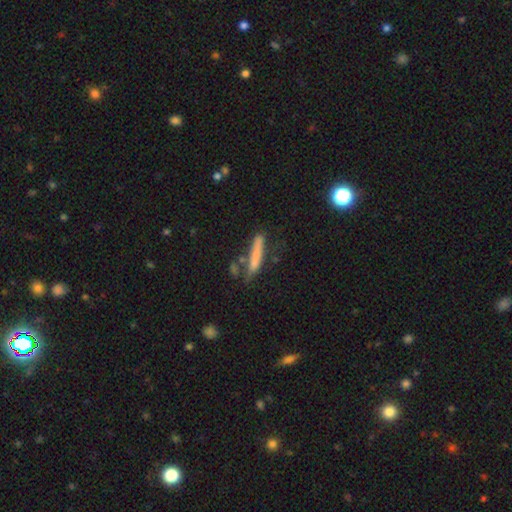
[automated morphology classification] A smooth galaxy with no disk features (70%) that is cigar-shaped (92%). Merging: none (62%).